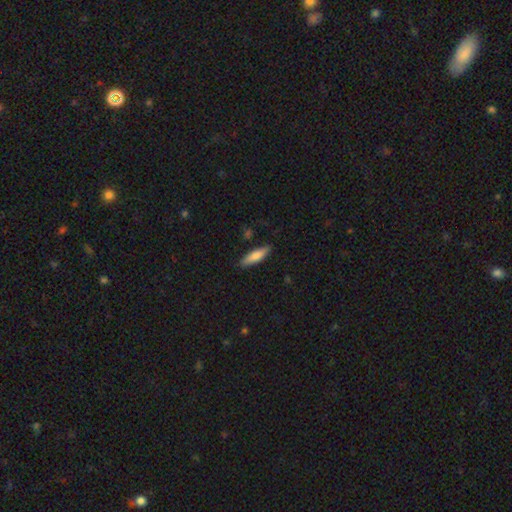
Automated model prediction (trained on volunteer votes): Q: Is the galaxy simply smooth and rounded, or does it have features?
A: smooth — 74%.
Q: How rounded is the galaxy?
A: cigar-shaped — 67%.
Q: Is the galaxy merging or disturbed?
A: none — 85%.